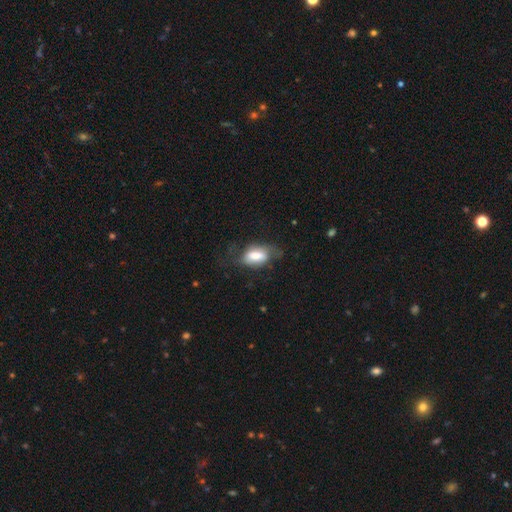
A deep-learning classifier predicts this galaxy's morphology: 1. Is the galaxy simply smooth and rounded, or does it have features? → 65% smooth, 27% featured or disk, 8% star or artifact.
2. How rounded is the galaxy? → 89% in between, 6% cigar-shaped, 5% round.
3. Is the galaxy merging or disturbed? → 42% none, 30% minor disturbance, 26% major disturbance, 2% merger.